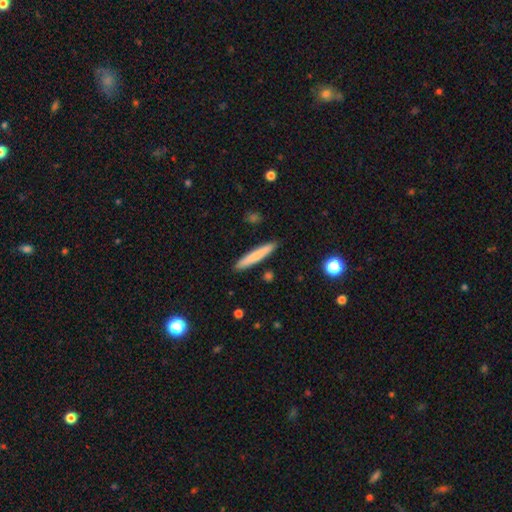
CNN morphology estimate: The model was most divided on "smooth or featured": smooth: 77%, featured or disk: 18%, star or artifact: 6%. More confident: how rounded — cigar-shaped (94%); merging — none (90%).